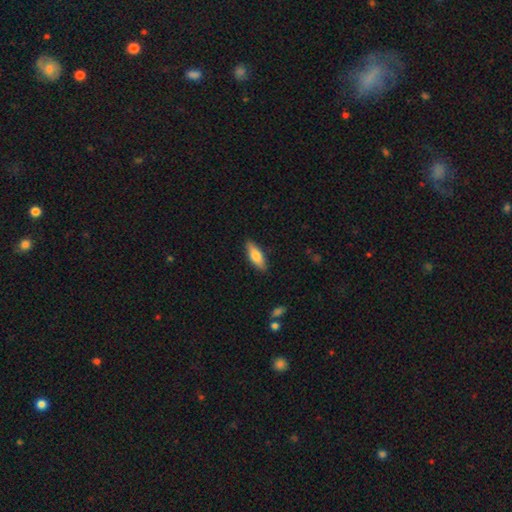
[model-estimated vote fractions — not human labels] This appears to be a smooth galaxy with no disk features (74%) that is in between round and cigar-shaped (60%). Merging: none (87%).